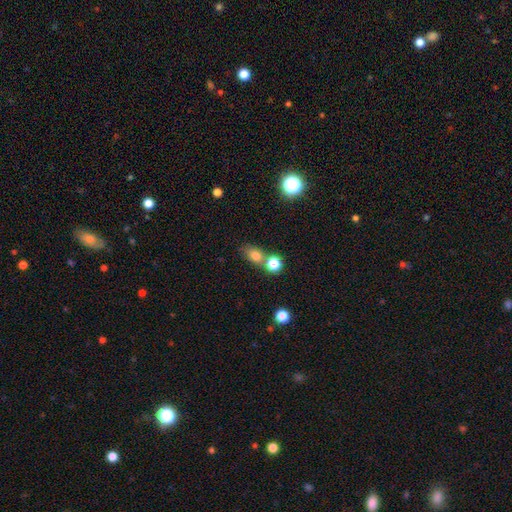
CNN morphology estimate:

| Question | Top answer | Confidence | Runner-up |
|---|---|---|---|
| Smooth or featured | smooth | 76% | star or artifact (14%) |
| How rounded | in between | 57% | round (41%) |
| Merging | none | 53% | merger (33%) |